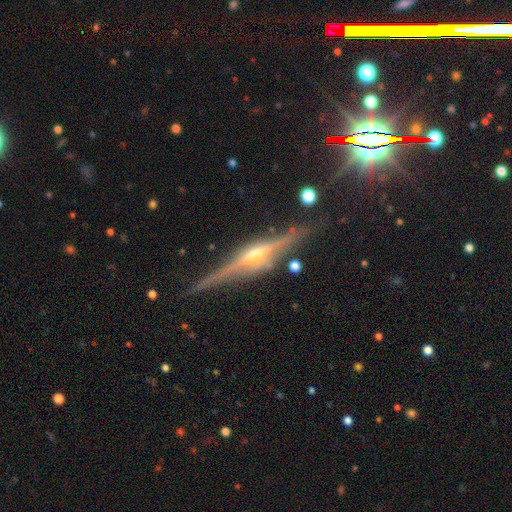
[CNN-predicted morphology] smooth_or_featured: featured or disk (p=0.87) [alt: smooth p=0.07]
disk_edge_on: yes (p=0.98) [alt: no p=0.02]
edge_on_bulge: rounded (p=0.88) [alt: boxy p=0.08]
merging: none (p=0.84) [alt: minor disturbance p=0.11]